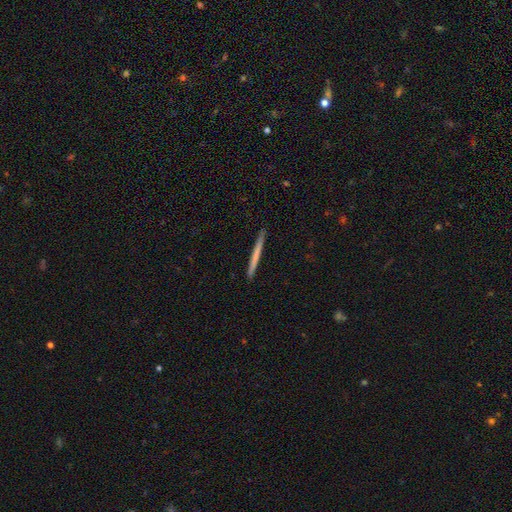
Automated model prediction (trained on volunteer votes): A smooth galaxy with no disk features (58%) that is cigar-shaped (97%). Merging: none (92%).